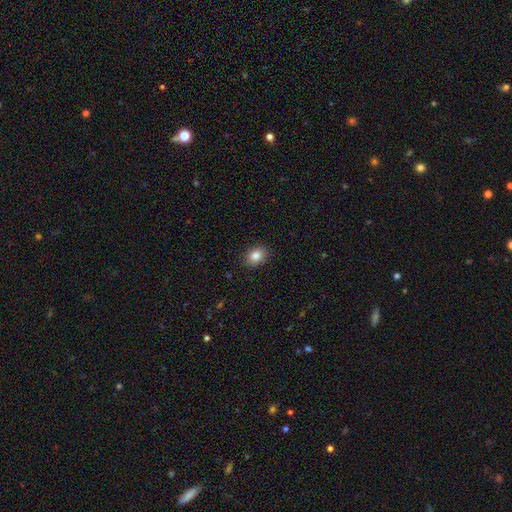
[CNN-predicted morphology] A smooth galaxy with no disk features (85%) that is in between round and cigar-shaped (65%).

Vote fractions:
- Smooth or featured? smooth: 85% / star or artifact: 9% / featured or disk: 6%
- How rounded? in between: 65% / round: 34% / cigar-shaped: 1%
- Merging? none: 89% / minor disturbance: 8% / major disturbance: 2% / merger: 1%